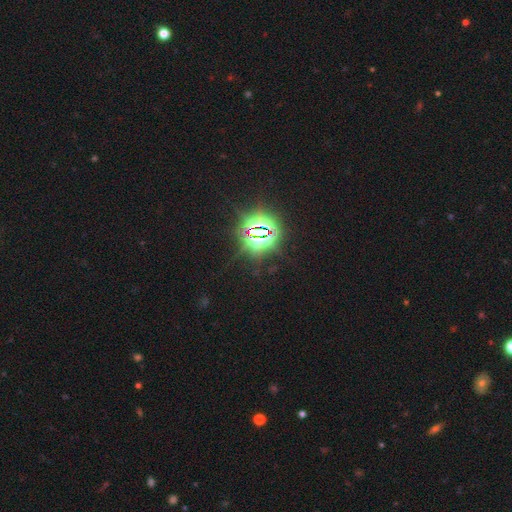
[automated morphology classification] A star or artifact, not a galaxy (84%).

Vote fractions:
- Smooth or featured? star or artifact: 84% / smooth: 10% / featured or disk: 5%